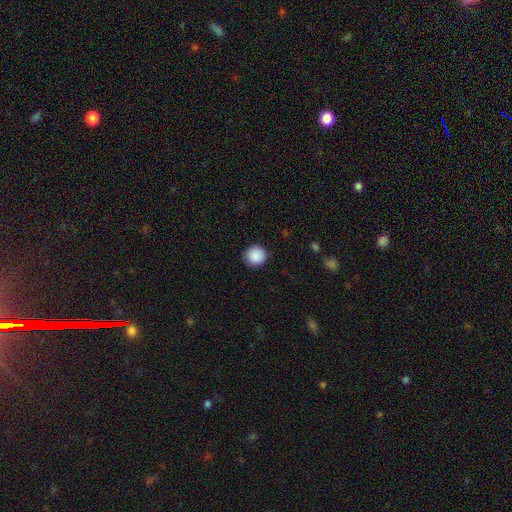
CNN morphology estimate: Smooth or featured: smooth — 89% (star or artifact — 8%)
How rounded: round — 95% (in between — 4%)
Merging: none — 92% (minor disturbance — 6%)